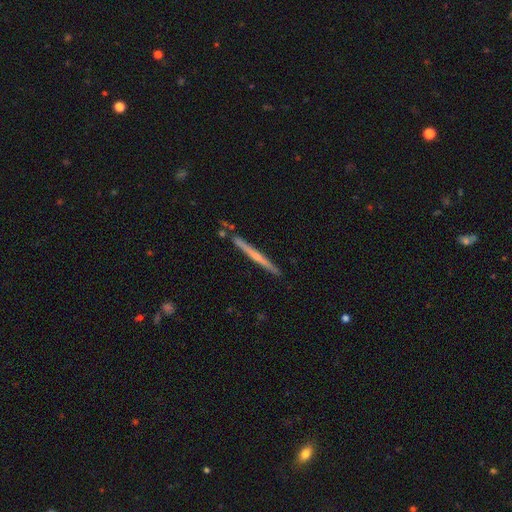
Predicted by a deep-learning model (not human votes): Overall: featured or disk (58%; smooth 36%). Edge-on disk: yes (98%). Edge-on bulge: none (56%; rounded 38%). Merging: none (87%).